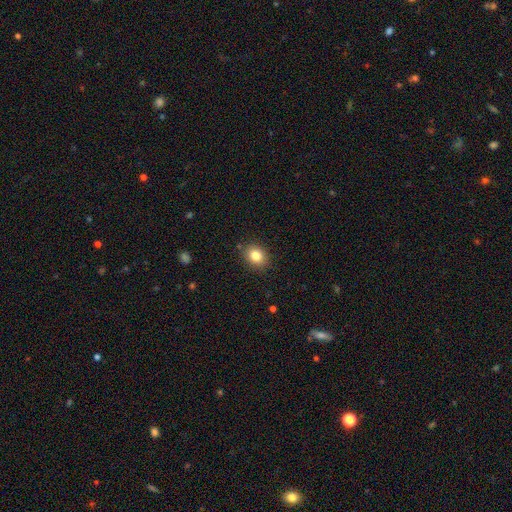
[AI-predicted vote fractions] Q: Smooth or featured?
A: smooth (83%); runner-up: star or artifact (10%)
Q: How rounded?
A: round (52%); runner-up: in between (48%)
Q: Merging?
A: none (86%); runner-up: minor disturbance (10%)